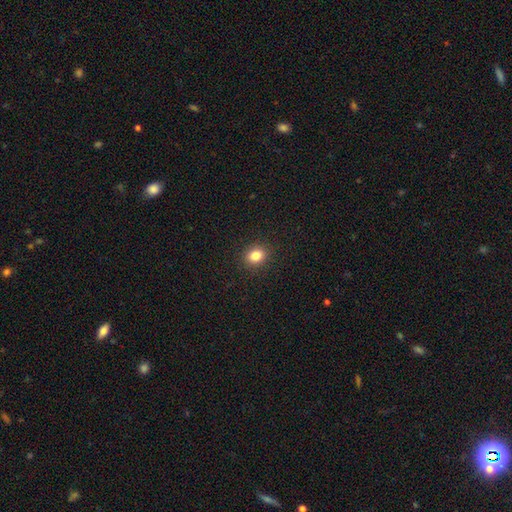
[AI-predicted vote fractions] Smooth or featured: smooth — 84% (star or artifact — 11%)
How rounded: round — 54% (in between — 45%)
Merging: none — 90% (minor disturbance — 7%)